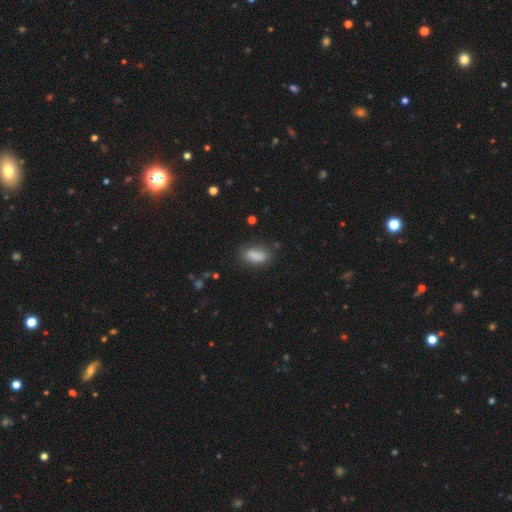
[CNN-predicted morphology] Smooth or featured: smooth — 86% (star or artifact — 8%)
How rounded: in between — 84% (cigar-shaped — 11%)
Merging: none — 76% (minor disturbance — 17%)